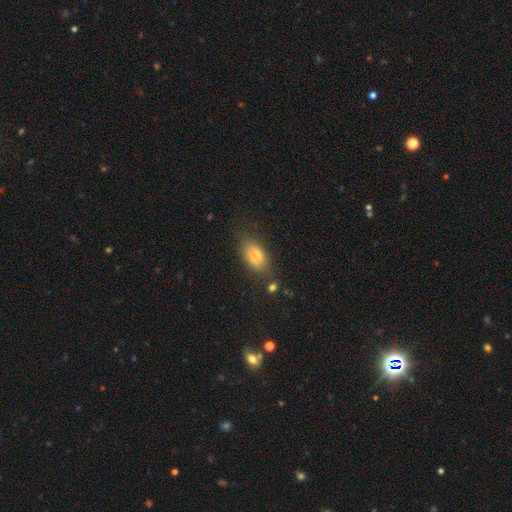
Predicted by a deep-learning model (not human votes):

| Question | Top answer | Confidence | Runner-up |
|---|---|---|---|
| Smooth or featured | smooth | 69% | featured or disk (19%) |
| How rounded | in between | 85% | round (9%) |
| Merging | none | 69% | minor disturbance (20%) |